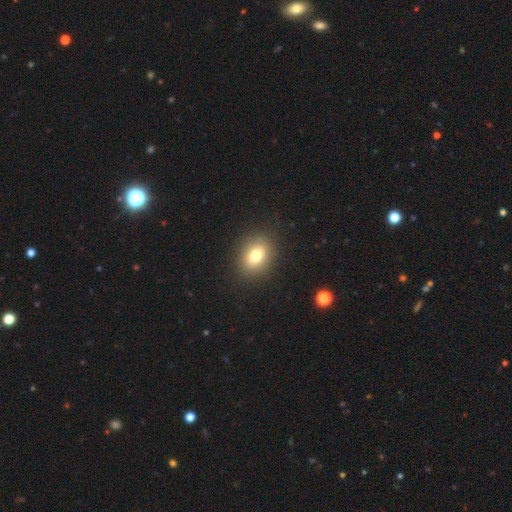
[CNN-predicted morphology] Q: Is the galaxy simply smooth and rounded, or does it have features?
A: smooth — 76%.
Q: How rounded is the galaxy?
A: in between — 63%.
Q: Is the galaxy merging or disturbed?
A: none — 87%.